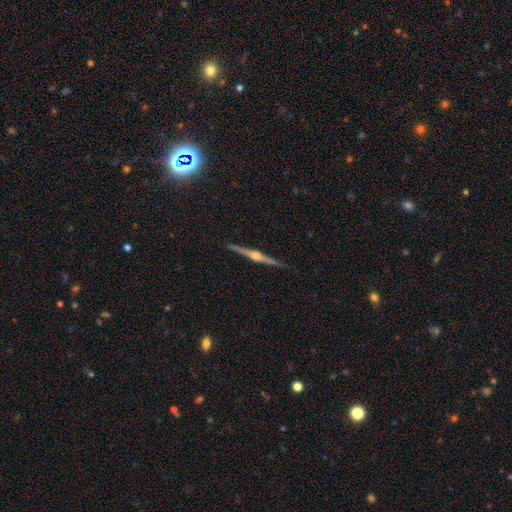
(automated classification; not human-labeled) smooth-or-featured: featured or disk: 86% | smooth: 8% | star or artifact: 6%
  disk-edge-on: yes: 99% | no: 1%
    edge-on-bulge: rounded: 90% | boxy: 7% | none: 3%
  merging: none: 92% | minor disturbance: 5% | major disturbance: 1% | merger: 1%